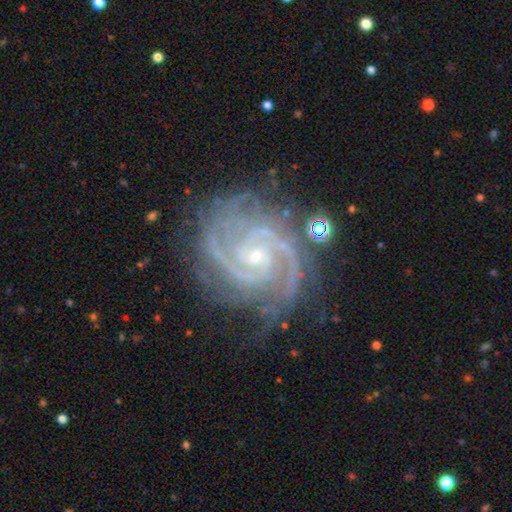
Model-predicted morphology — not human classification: A featured or disk galaxy (92%) with no bar (63%), 2 (49%) tight (68%) spiral arms (99%) and a small central bulge (80%). Merging: none (72%).